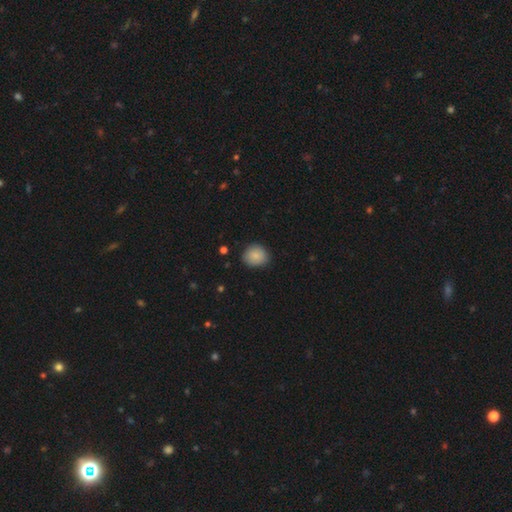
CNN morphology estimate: smooth_or_featured: smooth (p=0.85) [alt: star or artifact p=0.08]
how_rounded: round (p=0.70) [alt: in between p=0.30]
merging: none (p=0.80) [alt: minor disturbance p=0.16]